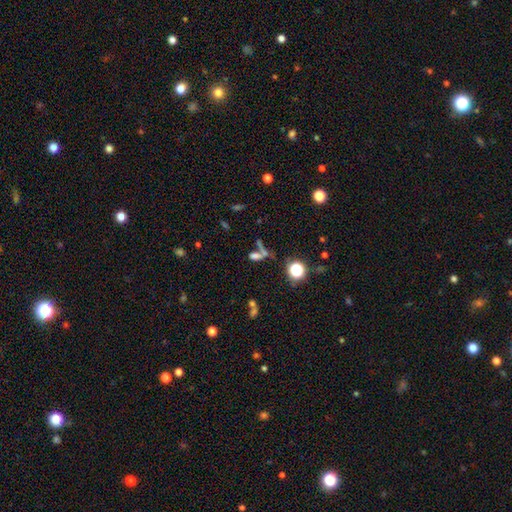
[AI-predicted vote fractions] smooth_or_featured: smooth (p=0.57) [alt: star or artifact p=0.26]
how_rounded: in between (p=0.53) [alt: cigar-shaped p=0.26]
merging: none (p=0.44) [alt: merger p=0.36]